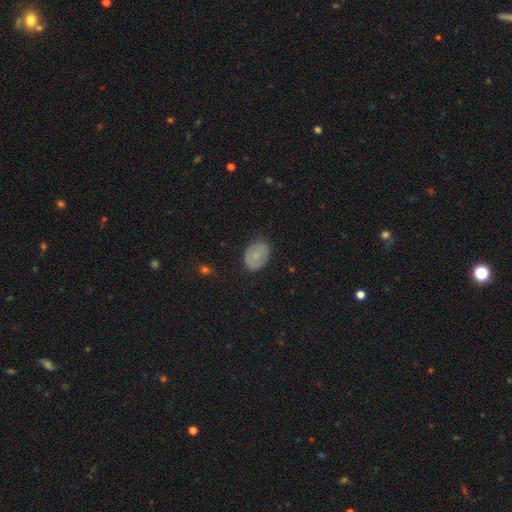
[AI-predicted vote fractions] smooth_or_featured: smooth (p=0.65) [alt: featured or disk p=0.26]
how_rounded: in between (p=0.72) [alt: round p=0.27]
merging: none (p=0.81) [alt: minor disturbance p=0.14]